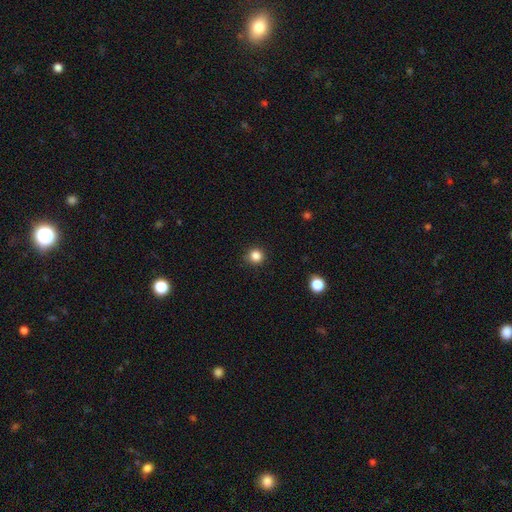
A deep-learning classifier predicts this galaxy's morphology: Overall: smooth (84%). How rounded: round (94%). Merging: none (90%).